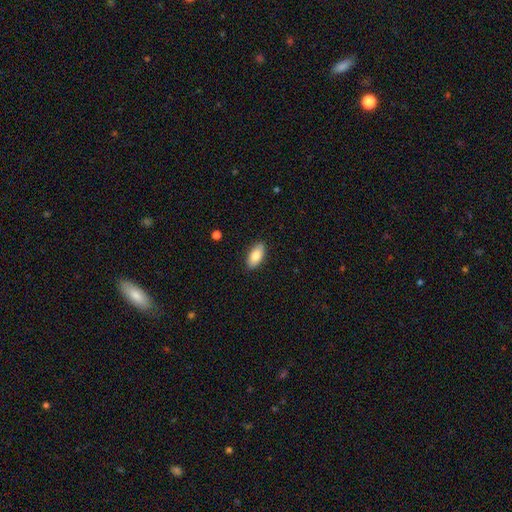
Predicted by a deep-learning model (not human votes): Morphology: type=smooth (83%); roundness=in between (90%); merging=none (88%).